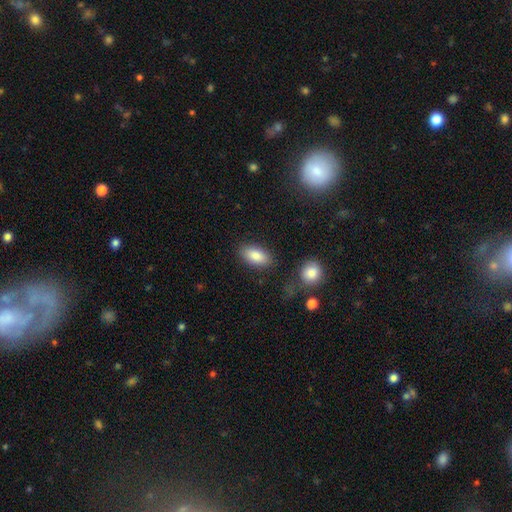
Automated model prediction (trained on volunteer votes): Smooth or featured? Predicted: smooth (p=0.86). How rounded? Predicted: in between (p=0.91). Merging? Predicted: none (p=0.83).